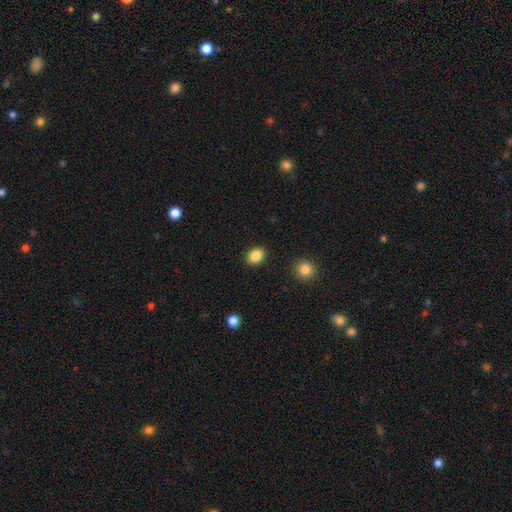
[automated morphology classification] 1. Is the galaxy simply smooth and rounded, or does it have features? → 86% smooth, 9% star or artifact, 4% featured or disk.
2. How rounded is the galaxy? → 63% in between, 36% round, 1% cigar-shaped.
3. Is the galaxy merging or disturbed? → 89% none, 7% minor disturbance, 2% major disturbance, 2% merger.